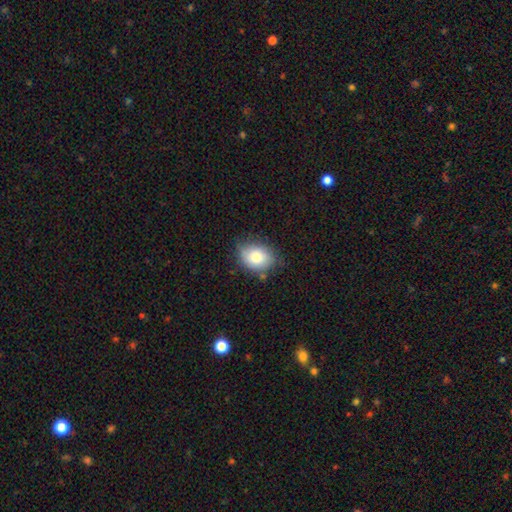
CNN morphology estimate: A smooth galaxy with no disk features (80%) that is in between round and cigar-shaped (68%). Merging: none (70%).